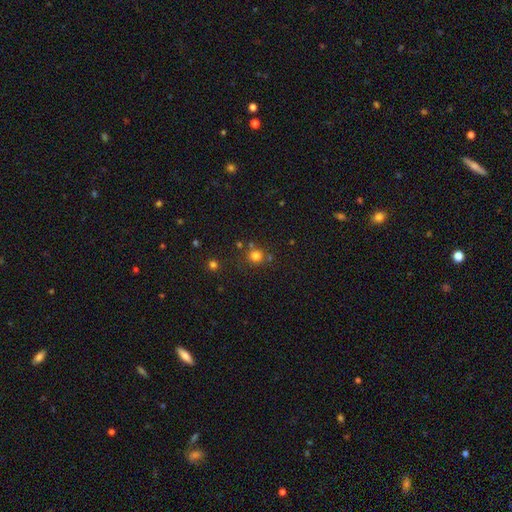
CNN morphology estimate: smooth-or-featured: smooth: 76% | star or artifact: 17% | featured or disk: 7%
  how-rounded: round: 91% | in between: 8% | cigar-shaped: 1%
  merging: none: 72% | merger: 14% | minor disturbance: 10% | major disturbance: 4%